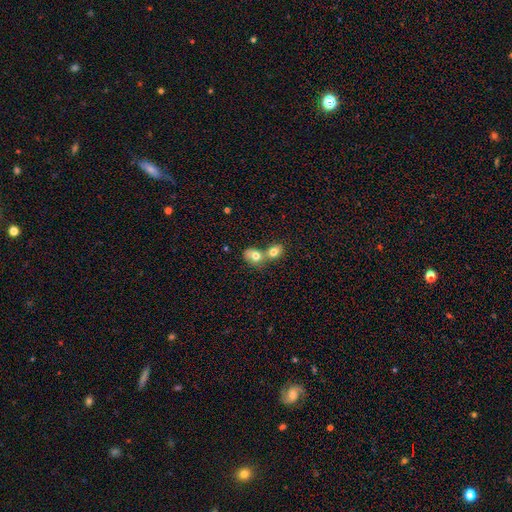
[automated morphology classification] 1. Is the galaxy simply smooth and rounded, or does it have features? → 74% smooth, 15% featured or disk, 10% star or artifact.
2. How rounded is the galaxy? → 51% in between, 48% round, 1% cigar-shaped.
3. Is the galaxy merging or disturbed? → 68% merger, 23% none, 6% minor disturbance, 3% major disturbance.